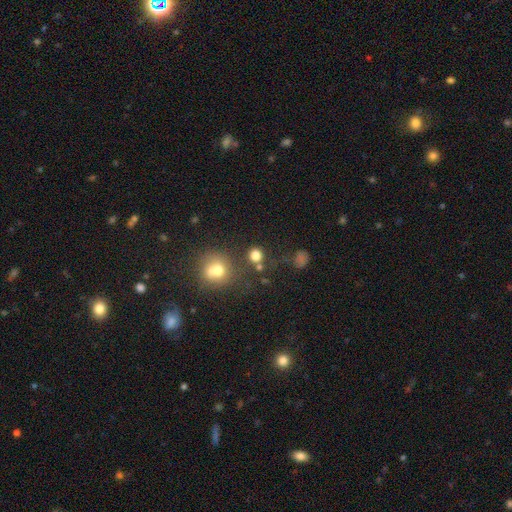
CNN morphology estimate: Smooth or featured? Predicted: smooth (p=0.77). How rounded? Predicted: round (p=0.86). Merging? Predicted: none (p=0.70).